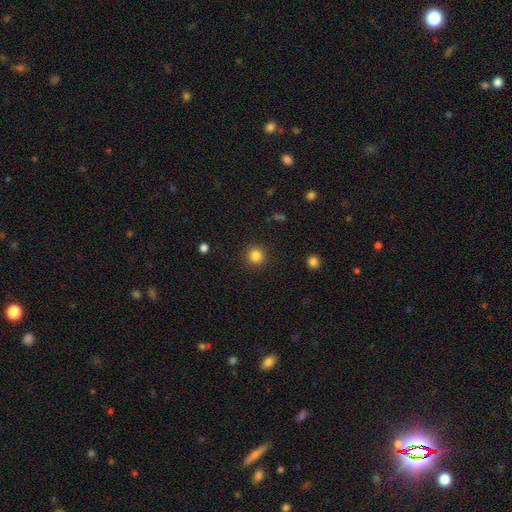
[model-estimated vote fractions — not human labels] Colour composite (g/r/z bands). It shows a smooth galaxy with no disk features (84%) that is round (93%). Merging: none (91%).